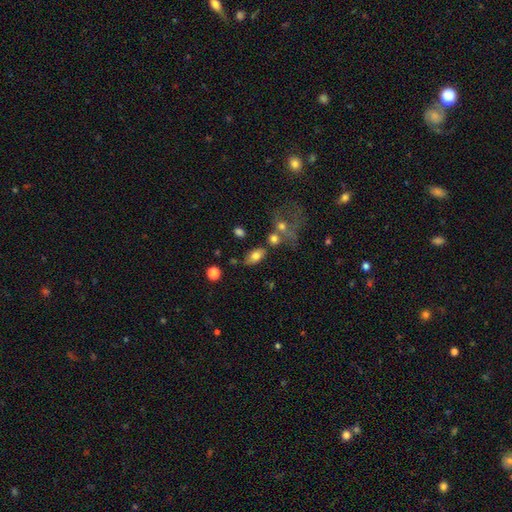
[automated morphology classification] smooth_or_featured: smooth (p=0.75) [alt: featured or disk p=0.16]
how_rounded: in between (p=0.89) [alt: round p=0.07]
merging: none (p=0.64) [alt: minor disturbance p=0.17]